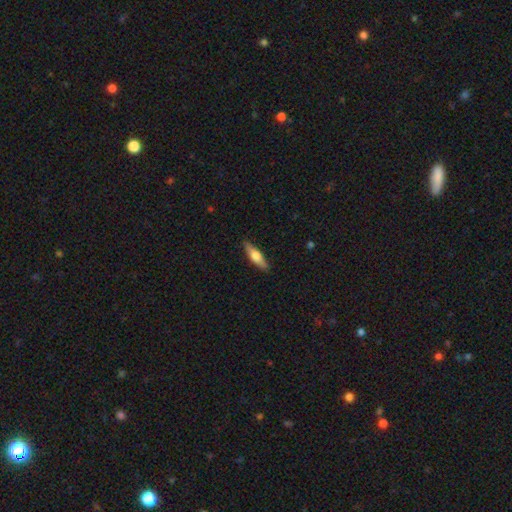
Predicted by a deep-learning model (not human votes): smooth_or_featured: smooth (p=0.56) [alt: featured or disk p=0.38]
how_rounded: cigar-shaped (p=0.65) [alt: in between p=0.33]
merging: none (p=0.88) [alt: minor disturbance p=0.09]